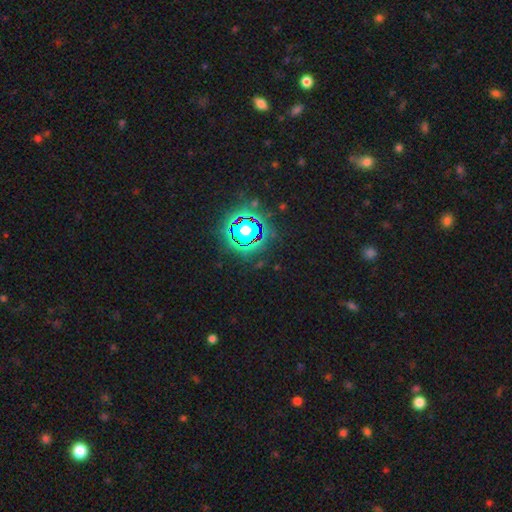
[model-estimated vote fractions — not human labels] smooth-or-featured: star or artifact: 80% | smooth: 12% | featured or disk: 8%